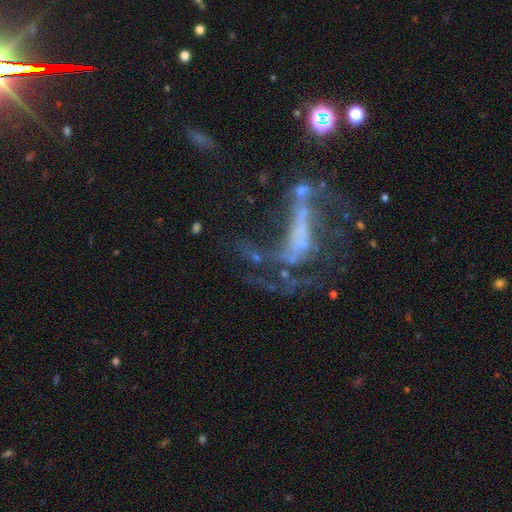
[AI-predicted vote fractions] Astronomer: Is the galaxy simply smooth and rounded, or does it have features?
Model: featured or disk — 67%.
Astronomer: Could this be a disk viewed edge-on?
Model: no — 92%.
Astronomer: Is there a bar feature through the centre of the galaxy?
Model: no — 48% (runner-up: strong, 28%).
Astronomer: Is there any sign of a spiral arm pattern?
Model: yes — 50%, tied with no at 50%.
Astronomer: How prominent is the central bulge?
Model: none — 64%.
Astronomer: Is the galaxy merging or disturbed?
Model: major disturbance — 42% (runner-up: none, 31%).